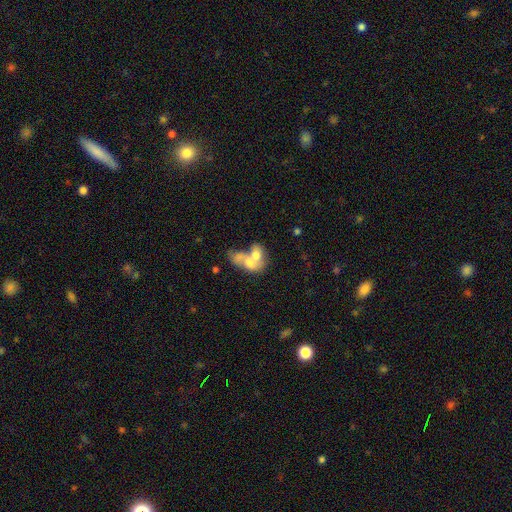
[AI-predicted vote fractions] This appears to be a smooth galaxy with no disk features (57%) that is in between round and cigar-shaped (71%). Merging: merger (77%).